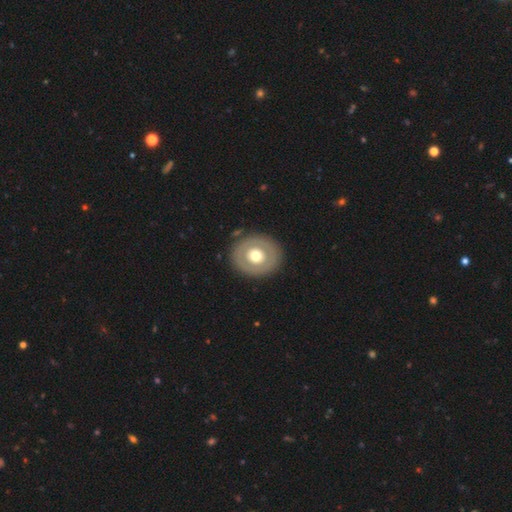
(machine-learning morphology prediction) type=featured or disk (48%); merging=none (87%).